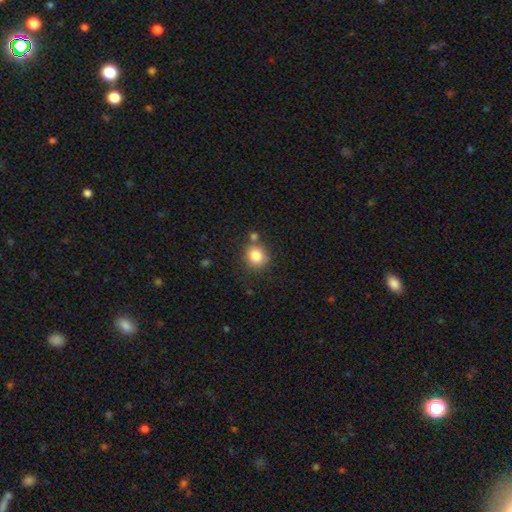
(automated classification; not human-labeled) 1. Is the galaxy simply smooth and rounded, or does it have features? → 83% smooth, 10% star or artifact, 7% featured or disk.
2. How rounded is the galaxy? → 84% round, 15% in between, 1% cigar-shaped.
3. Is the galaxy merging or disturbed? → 71% none, 13% merger, 13% minor disturbance, 4% major disturbance.